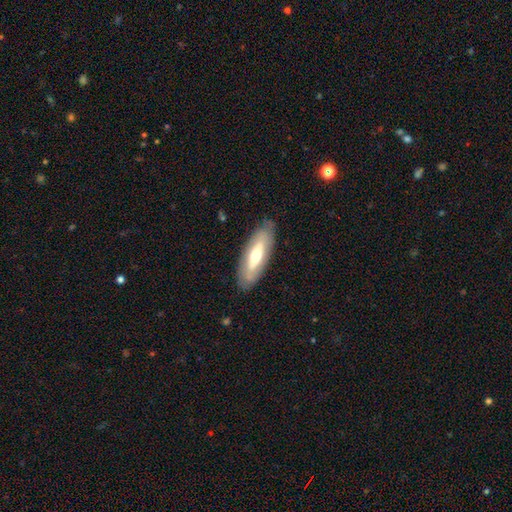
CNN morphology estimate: type=smooth (48%); merging=none (85%).